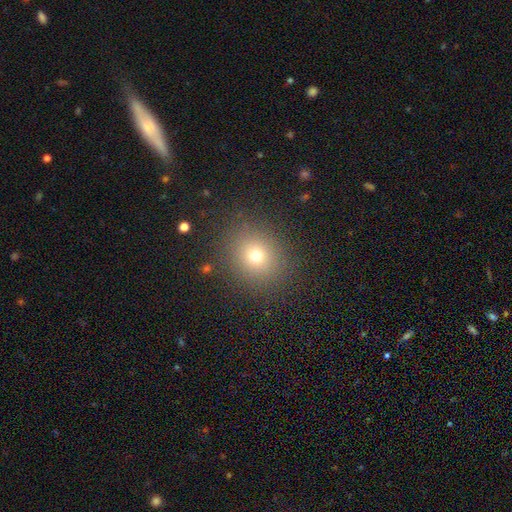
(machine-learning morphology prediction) type=smooth (71%); roundness=round (80%); merging=none (87%).